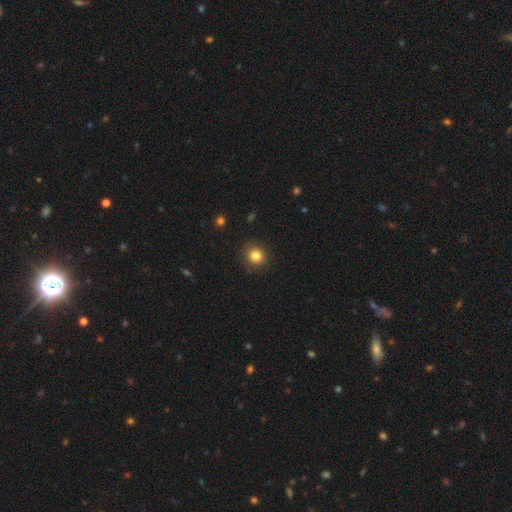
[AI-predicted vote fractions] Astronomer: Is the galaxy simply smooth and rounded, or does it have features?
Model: smooth — 83%.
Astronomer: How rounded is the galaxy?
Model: round — 90%.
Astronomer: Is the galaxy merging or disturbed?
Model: none — 89%.